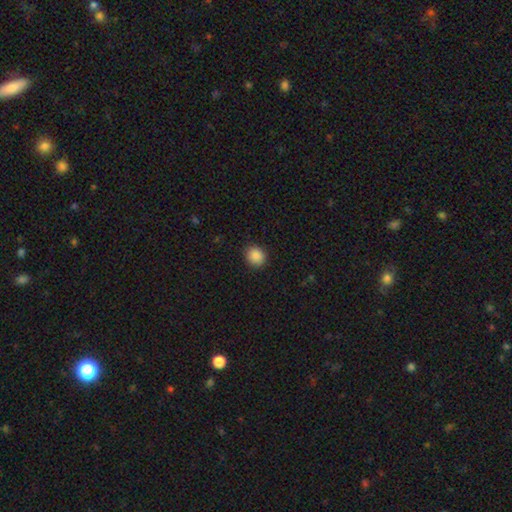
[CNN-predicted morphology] This is clearly a smooth galaxy (88%). How rounded: likely round (78%). Merging: clearly none (89%).